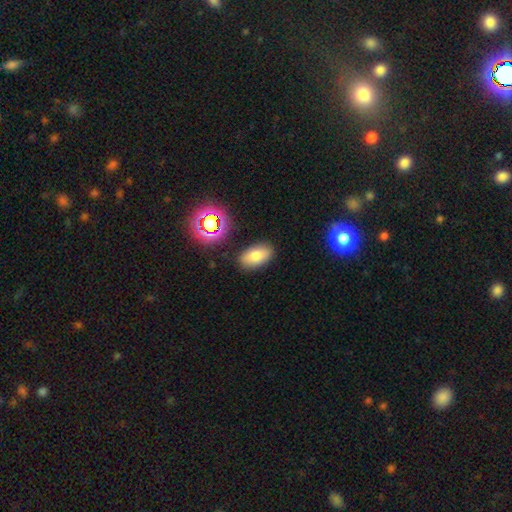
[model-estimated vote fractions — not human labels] Smooth or featured? smooth (77%)
How rounded? in between (92%)
Merging? none (85%)